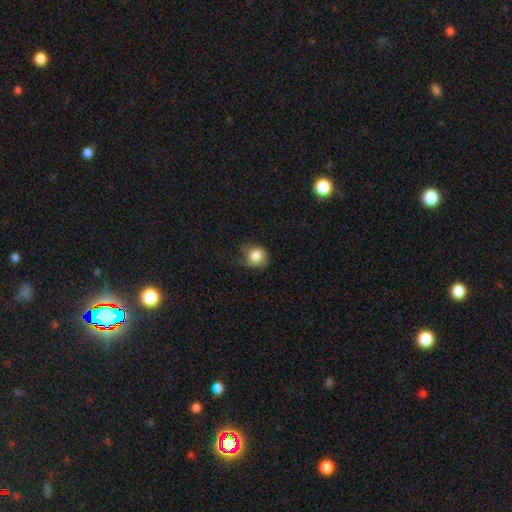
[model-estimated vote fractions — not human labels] This is clearly a smooth galaxy (81%). How rounded: likely round (70%). Merging: marginally none (42%).